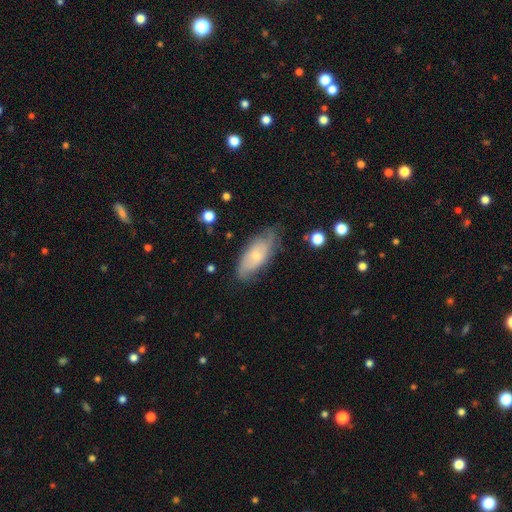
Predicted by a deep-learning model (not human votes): Morphology: type=smooth (49%); merging=none (68%).